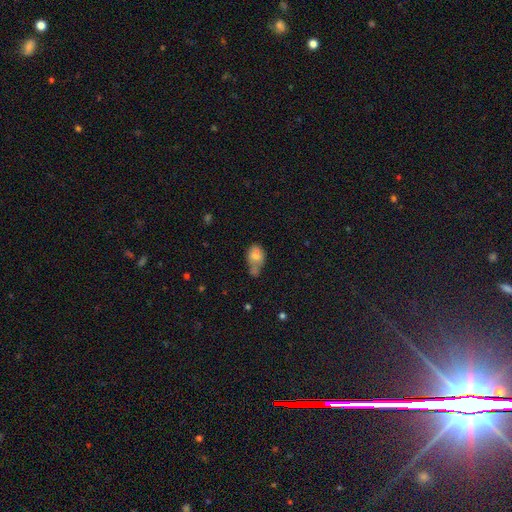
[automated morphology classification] smooth_or_featured: smooth (p=0.68) [alt: featured or disk p=0.21]
how_rounded: in between (p=0.75) [alt: round p=0.23]
merging: merger (p=0.38) [alt: none p=0.26]